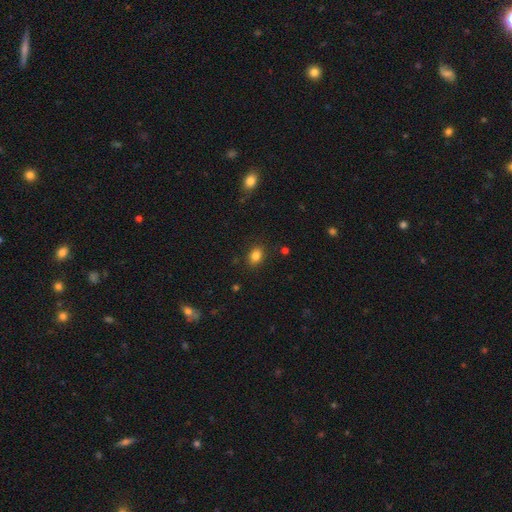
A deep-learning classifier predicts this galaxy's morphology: type=smooth (83%); roundness=in between (68%); merging=none (87%).